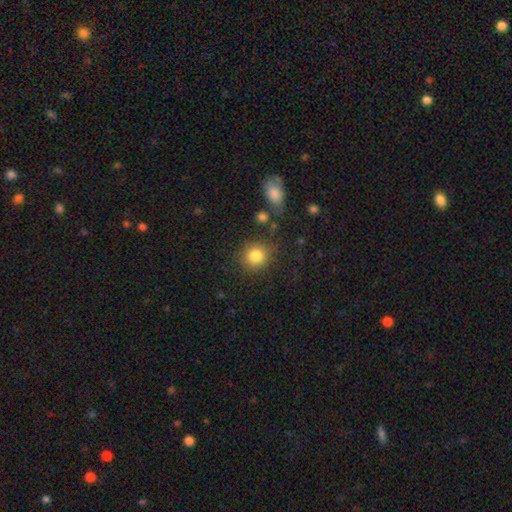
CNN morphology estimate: type=smooth (84%); roundness=round (84%); merging=none (83%).